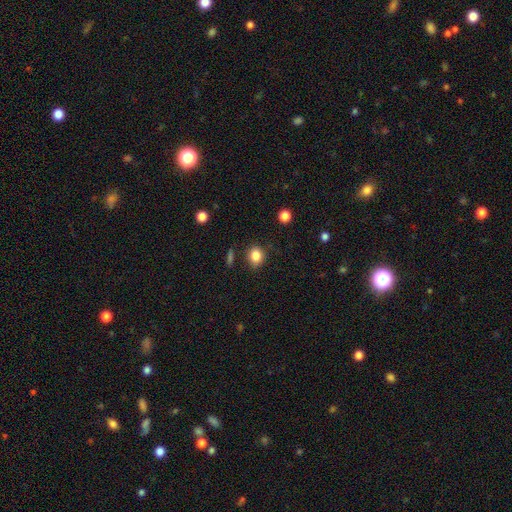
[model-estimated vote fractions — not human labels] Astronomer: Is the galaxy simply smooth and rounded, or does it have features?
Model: smooth — 84%.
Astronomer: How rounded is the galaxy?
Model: round — 66%.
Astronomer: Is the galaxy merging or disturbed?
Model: none — 83%.